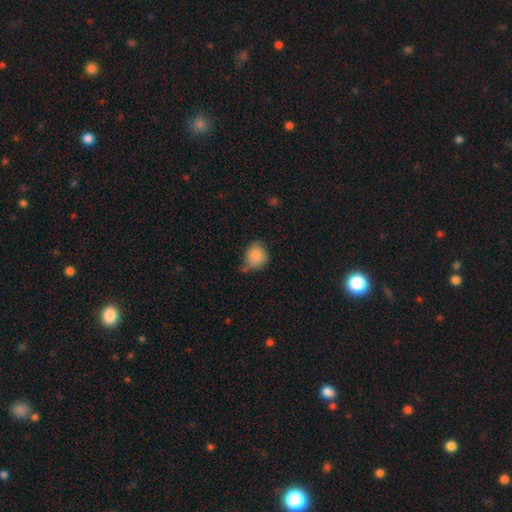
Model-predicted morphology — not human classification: smooth-or-featured: smooth: 85% | star or artifact: 8% | featured or disk: 6%
  how-rounded: round: 73% | in between: 26% | cigar-shaped: 1%
  merging: none: 51% | minor disturbance: 35% | major disturbance: 8% | merger: 6%